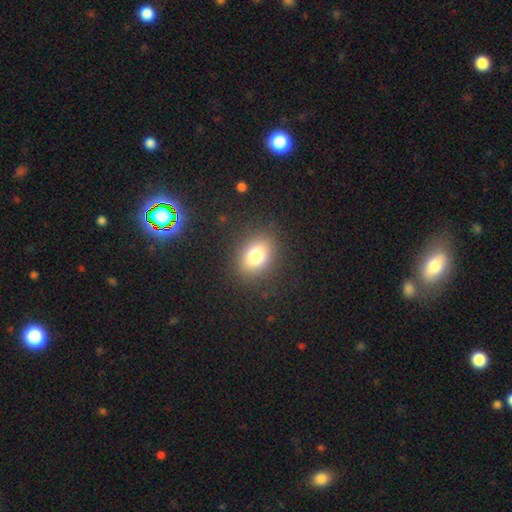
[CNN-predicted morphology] Smooth or featured? smooth (78%)
How rounded? in between (60%)
Merging? none (86%)